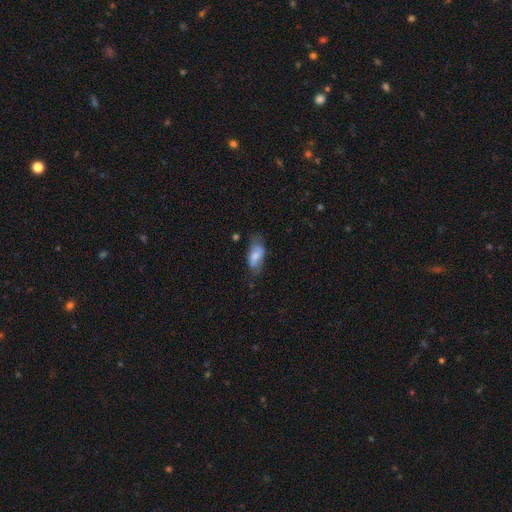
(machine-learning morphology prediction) smooth 67%, featured or disk 26%, star or artifact 7%. Down the decision tree: how rounded — in between (85%); merging — none (61%).